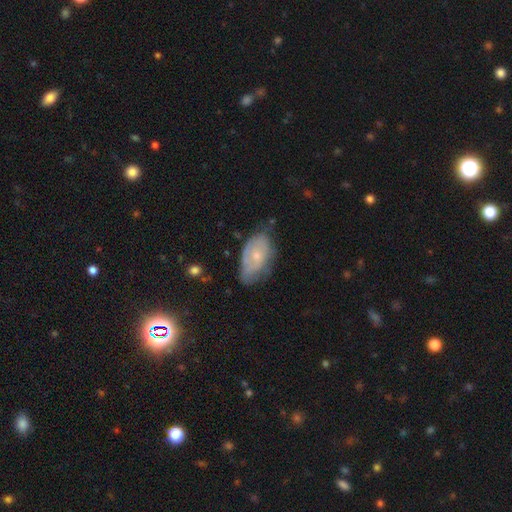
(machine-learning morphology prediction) type=featured or disk (47%); merging=none (45%).